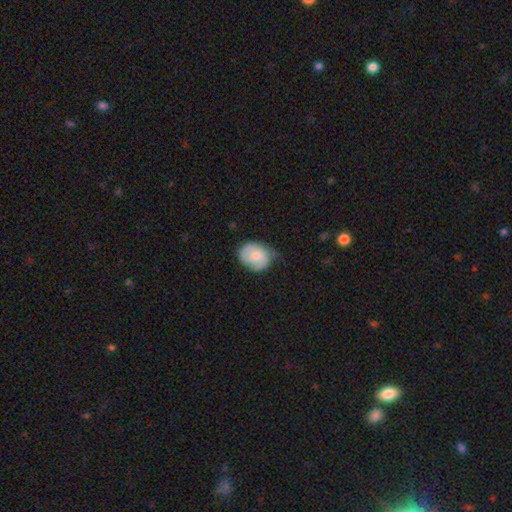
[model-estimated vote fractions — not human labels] smooth-or-featured: smooth: 62% | featured or disk: 31% | star or artifact: 7%
  how-rounded: round: 50% | in between: 49% | cigar-shaped: 1%
  merging: none: 56% | minor disturbance: 34% | major disturbance: 9% | merger: 1%